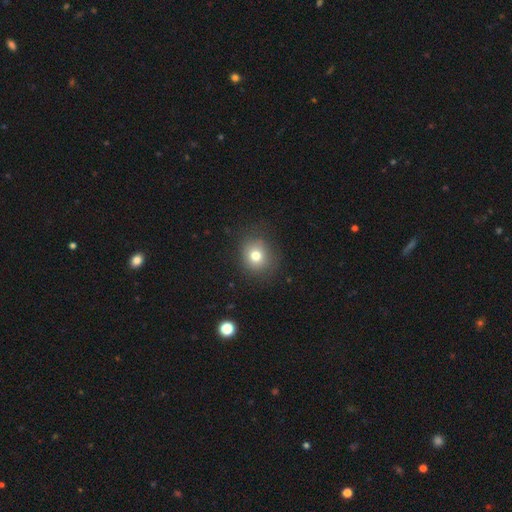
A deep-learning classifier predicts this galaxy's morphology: Smooth or featured?
  - smooth: 76% *
  - star or artifact: 13%
  - featured or disk: 11%
How rounded?
  - round: 80% *
  - in between: 19%
  - cigar-shaped: 1%
Merging?
  - none: 82% *
  - minor disturbance: 12%
  - major disturbance: 5%
  - merger: 1%